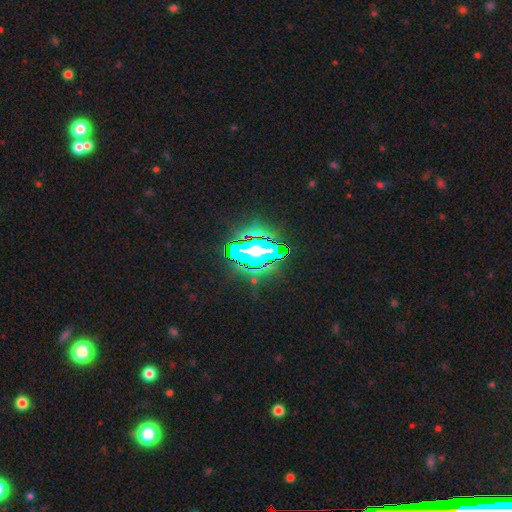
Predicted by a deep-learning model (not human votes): The model was most divided on "smooth or featured": star or artifact: 68%, smooth: 17%, featured or disk: 15%.